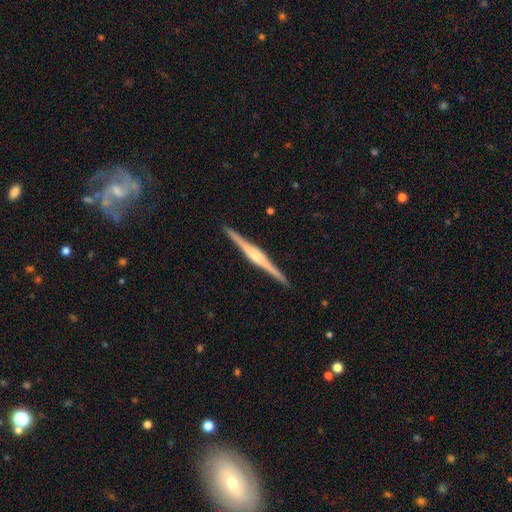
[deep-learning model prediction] featured or disk 85%, smooth 10%, star or artifact 5%. Down the decision tree: edge-on disk — yes (99%); edge-on bulge — rounded (71%); merging — none (93%).